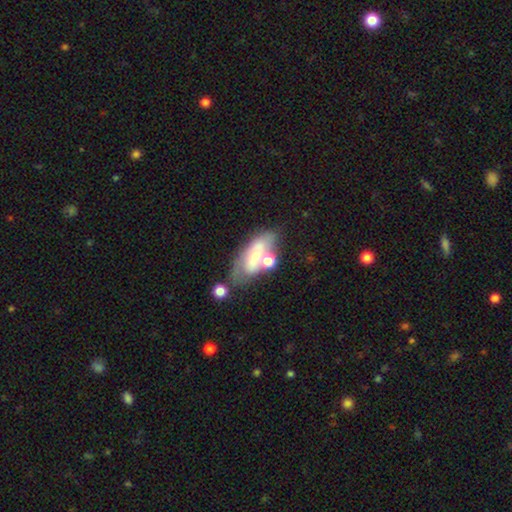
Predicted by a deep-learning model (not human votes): Morphology: type=featured or disk (50%); merging=none (39%).